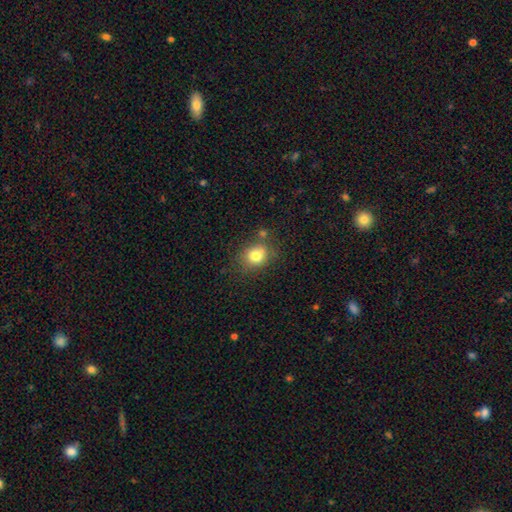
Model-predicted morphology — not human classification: type=smooth (78%); roundness=round (66%); merging=none (65%).